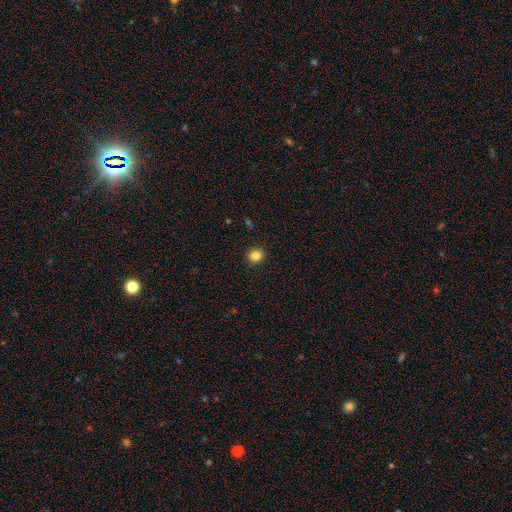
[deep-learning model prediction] Overall: smooth (84%). How rounded: round (86%). Merging: none (92%).